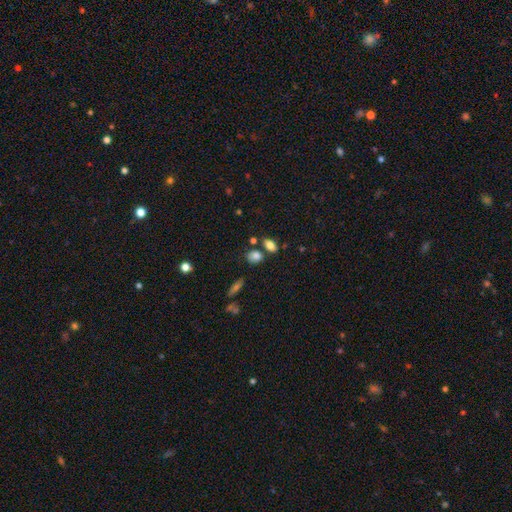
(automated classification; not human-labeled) A smooth galaxy with no disk features (80%) that is in between round and cigar-shaped (69%).

Vote fractions:
- Smooth or featured? smooth: 80% / star or artifact: 11% / featured or disk: 9%
- How rounded? in between: 69% / round: 27% / cigar-shaped: 3%
- Merging? none: 67% / merger: 16% / minor disturbance: 13% / major disturbance: 4%